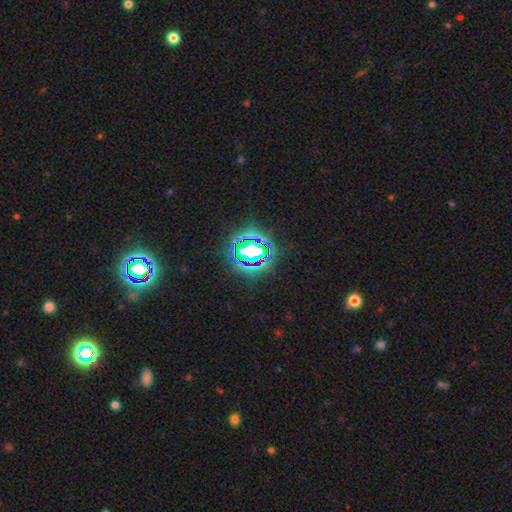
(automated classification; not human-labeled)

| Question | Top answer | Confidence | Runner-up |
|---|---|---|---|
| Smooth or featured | star or artifact | 73% | smooth (16%) |